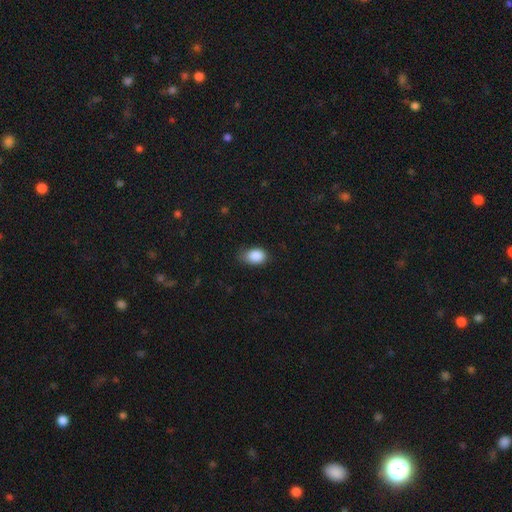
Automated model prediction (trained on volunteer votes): The model was most divided on "merging": none: 63%, minor disturbance: 30%, major disturbance: 5%, merger: 1%. More confident: smooth or featured — smooth (88%); how rounded — in between (82%).